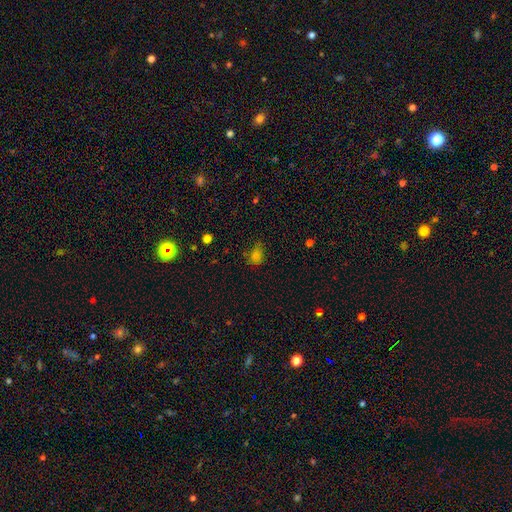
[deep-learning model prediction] A smooth galaxy with no disk features (62%) that is in between round and cigar-shaped (57%).

Vote fractions:
- Smooth or featured? smooth: 62% / star or artifact: 30% / featured or disk: 8%
- How rounded? in between: 57% / round: 41% / cigar-shaped: 2%
- Merging? none: 60% / minor disturbance: 26% / major disturbance: 11% / merger: 3%